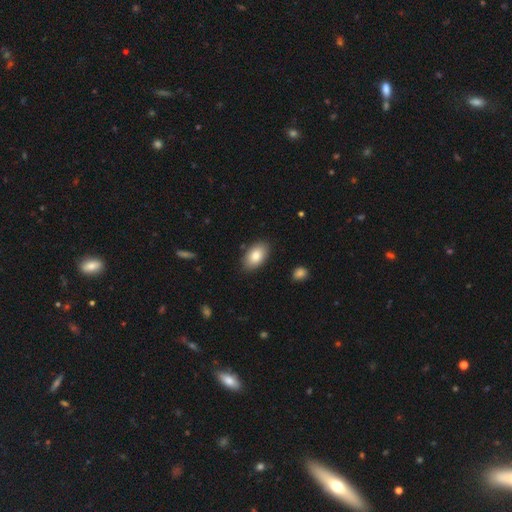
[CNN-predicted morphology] type=smooth (83%); roundness=in between (93%); merging=none (86%).